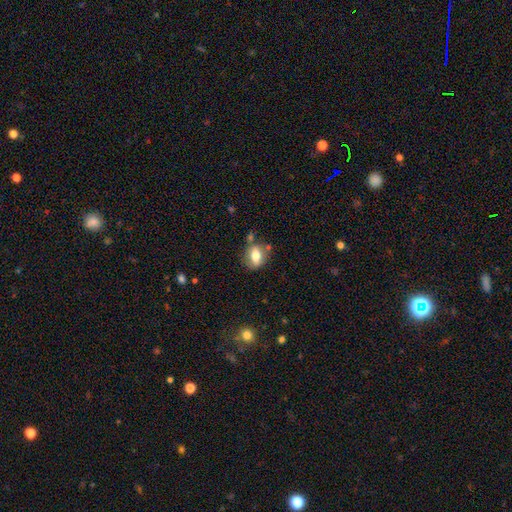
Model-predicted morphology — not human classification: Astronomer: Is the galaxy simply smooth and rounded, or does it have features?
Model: smooth — 65%.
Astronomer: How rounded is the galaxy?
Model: in between — 63%.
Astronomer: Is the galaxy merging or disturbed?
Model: none — 66%.